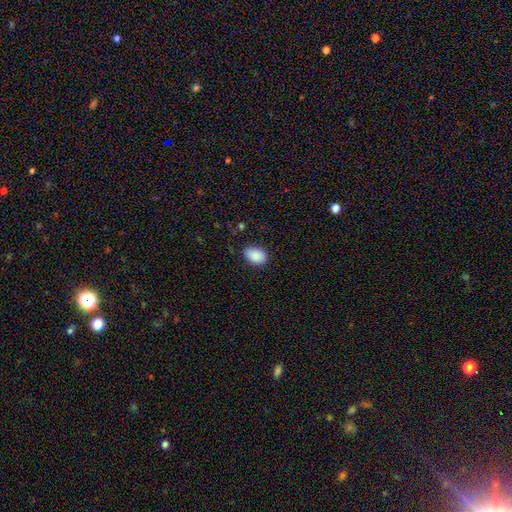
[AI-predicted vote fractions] Smooth or featured? Predicted: smooth (p=0.90). How rounded? Predicted: in between (p=0.86). Merging? Predicted: none (p=0.84).